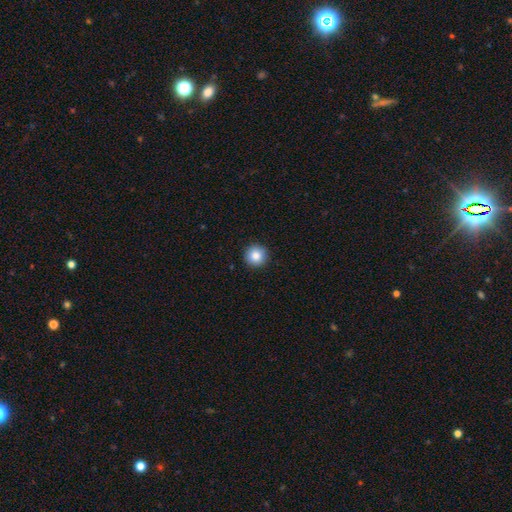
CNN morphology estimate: Q: Smooth or featured?
A: smooth (86%); runner-up: star or artifact (9%)
Q: How rounded?
A: round (96%); runner-up: in between (3%)
Q: Merging?
A: none (93%); runner-up: minor disturbance (5%)